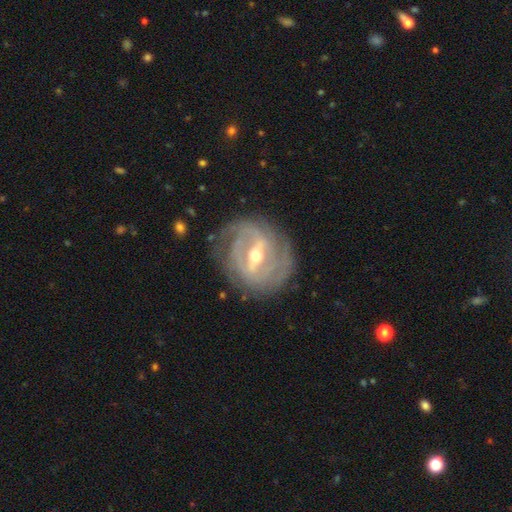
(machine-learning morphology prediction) Q: Smooth or featured?
A: featured or disk (88%); runner-up: smooth (7%)
Q: Edge-on disk?
A: no (95%); runner-up: yes (5%)
Q: Bar?
A: strong (58%); runner-up: weak (33%)
Q: Spiral arms?
A: yes (90%); runner-up: no (10%)
Q: Spiral winding?
A: tight (63%); runner-up: medium (28%)
Q: Spiral arm count?
A: 2 (35%); runner-up: can't tell (29%)
Q: Bulge size?
A: moderate (61%); runner-up: small (34%)
Q: Merging?
A: none (75%); runner-up: minor disturbance (17%)